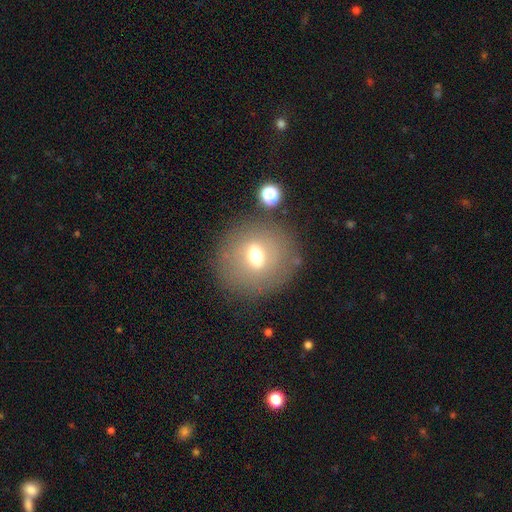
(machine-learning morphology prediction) This is possibly a smooth galaxy (53%). How rounded: likely round (77%). Merging: likely none (79%).